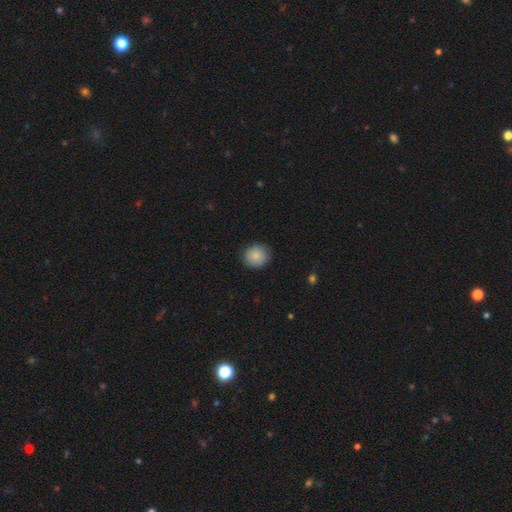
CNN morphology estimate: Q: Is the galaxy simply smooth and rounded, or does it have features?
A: smooth — 86%.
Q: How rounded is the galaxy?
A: round — 86%.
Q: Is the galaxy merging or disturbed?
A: none — 85%.